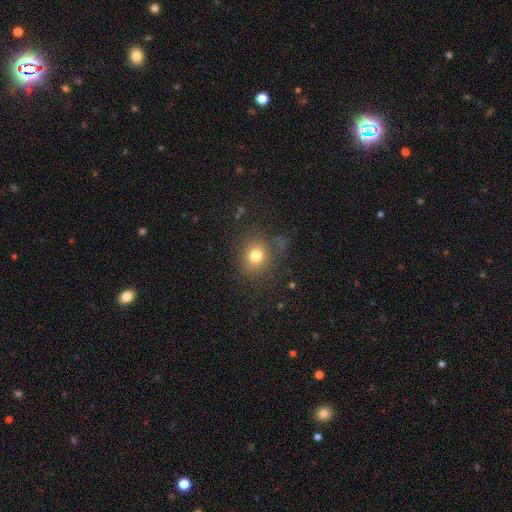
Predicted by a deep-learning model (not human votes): A smooth galaxy with no disk features (77%) that is round (82%).

Vote fractions:
- Smooth or featured? smooth: 77% / star or artifact: 14% / featured or disk: 8%
- How rounded? round: 82% / in between: 18% / cigar-shaped: 1%
- Merging? none: 81% / minor disturbance: 11% / major disturbance: 5% / merger: 2%